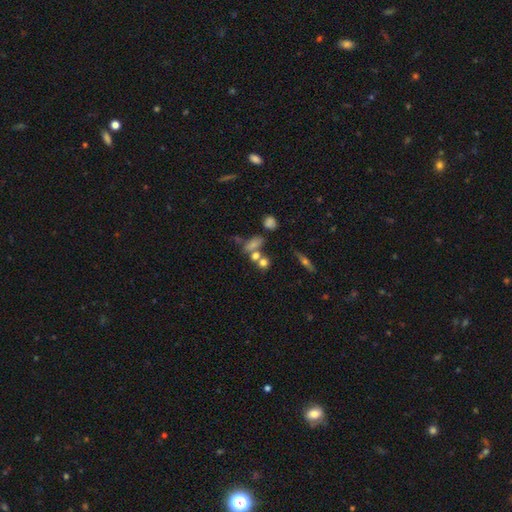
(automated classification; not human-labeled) smooth-or-featured: smooth: 62% | featured or disk: 21% | star or artifact: 17%
  how-rounded: in between: 47% | round: 44% | cigar-shaped: 9%
  merging: merger: 42% | none: 40% | minor disturbance: 11% | major disturbance: 7%